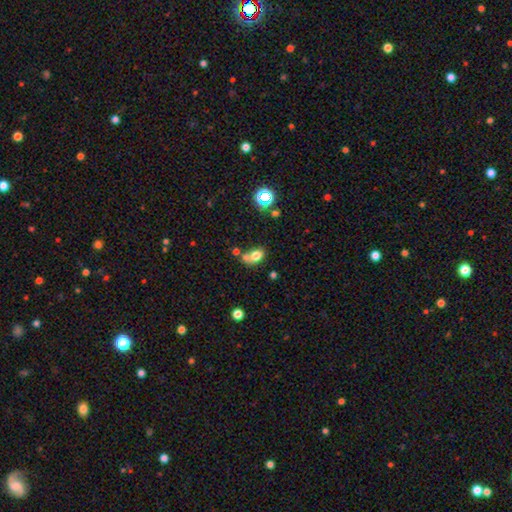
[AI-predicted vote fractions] Smooth or featured? smooth (73%)
How rounded? in between (67%)
Merging? none (39%)